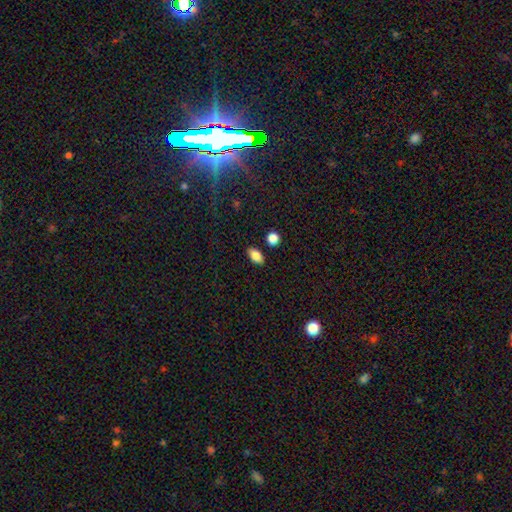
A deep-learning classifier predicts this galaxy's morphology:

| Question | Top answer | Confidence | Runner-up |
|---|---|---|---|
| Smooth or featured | smooth | 84% | star or artifact (9%) |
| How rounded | in between | 90% | round (7%) |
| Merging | none | 84% | minor disturbance (9%) |